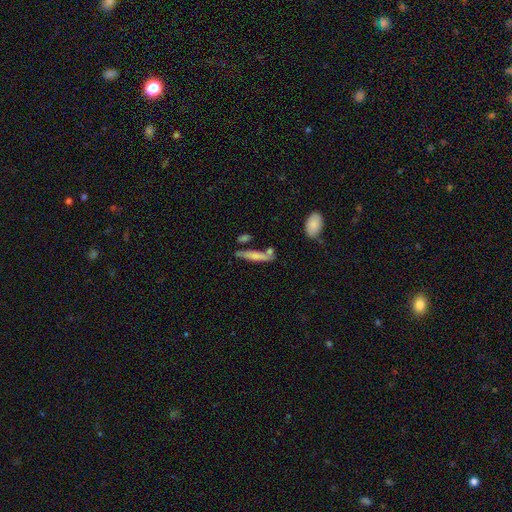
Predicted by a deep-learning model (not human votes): Overall: smooth (66%; featured or disk 27%). How rounded: cigar-shaped (85%). Merging: none (66%).